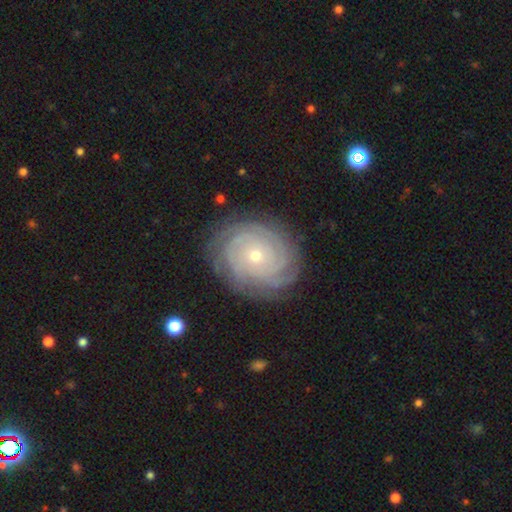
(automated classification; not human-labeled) Smooth or featured?
  - featured or disk: 86% *
  - smooth: 8%
  - star or artifact: 6%
Edge-on disk?
  - no: 97% *
  - yes: 3%
Bar?
  - no: 83% *
  - weak: 13%
  - strong: 4%
Spiral arms?
  - yes: 97% *
  - no: 3%
Spiral winding?
  - tight: 86% *
  - medium: 11%
  - loose: 3%
Spiral arm count?
  - can't tell: 28% *
  - 4: 23%
  - more than 4: 17%
  - 3: 15%
  - 2: 10%
  - 1: 7%
Bulge size?
  - small: 69% *
  - moderate: 29%
  - large: 1%
  - none: 1%
  - dominant: 1%
Merging?
  - none: 83% *
  - minor disturbance: 12%
  - major disturbance: 4%
  - merger: 1%